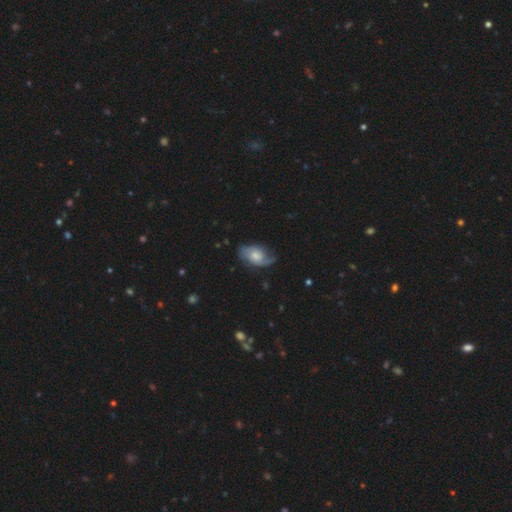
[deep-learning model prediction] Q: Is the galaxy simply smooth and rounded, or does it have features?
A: featured or disk — 63%.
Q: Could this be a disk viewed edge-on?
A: no — 95%.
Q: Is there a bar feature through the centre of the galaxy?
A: no — 70%.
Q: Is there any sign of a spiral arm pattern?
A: yes — 89%.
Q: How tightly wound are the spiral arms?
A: medium — 40%.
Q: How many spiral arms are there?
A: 2 — 64%.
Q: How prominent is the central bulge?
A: moderate — 42%.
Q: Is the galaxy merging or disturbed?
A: none — 58%.